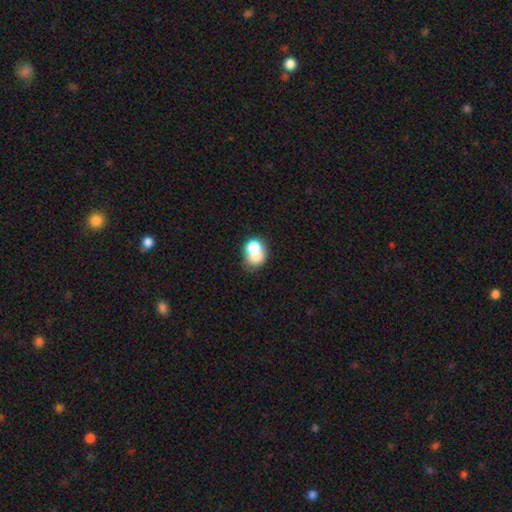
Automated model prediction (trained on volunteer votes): Smooth or featured: smooth — 68% (featured or disk — 20%)
How rounded: round — 54% (in between — 45%)
Merging: merger — 52% (none — 28%)